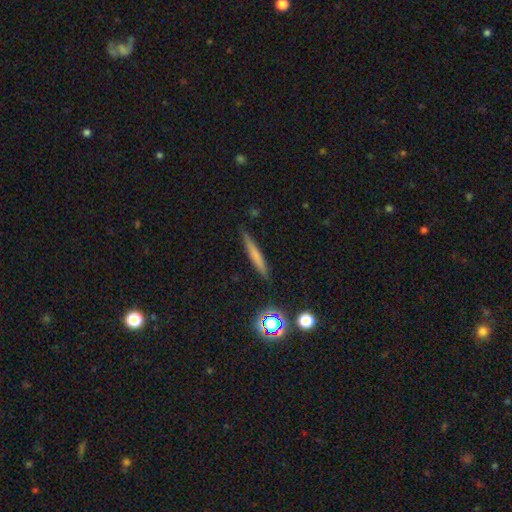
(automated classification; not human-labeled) smooth_or_featured: smooth (p=0.62) [alt: featured or disk p=0.27]
how_rounded: cigar-shaped (p=0.93) [alt: in between p=0.04]
merging: none (p=0.89) [alt: minor disturbance p=0.08]